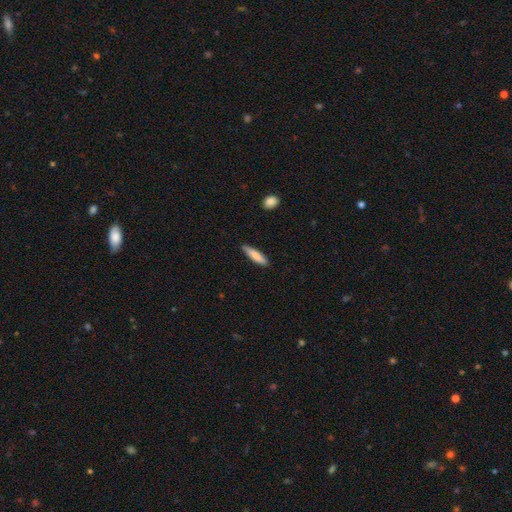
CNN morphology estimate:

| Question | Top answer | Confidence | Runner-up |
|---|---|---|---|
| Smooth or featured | smooth | 80% | featured or disk (15%) |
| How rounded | cigar-shaped | 79% | in between (19%) |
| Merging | none | 87% | minor disturbance (10%) |